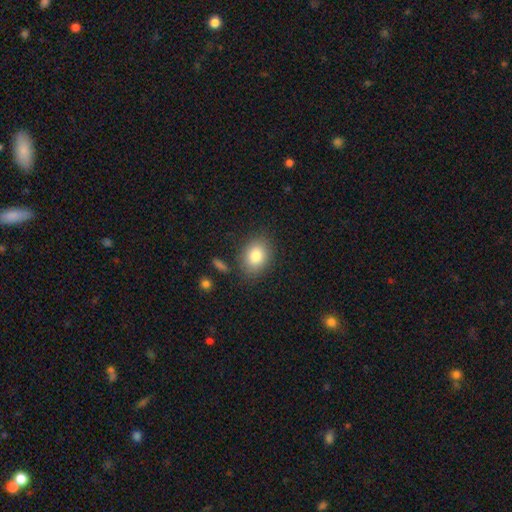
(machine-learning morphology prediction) Q: Smooth or featured?
A: smooth (82%); runner-up: featured or disk (9%)
Q: How rounded?
A: in between (61%); runner-up: round (38%)
Q: Merging?
A: none (82%); runner-up: minor disturbance (11%)